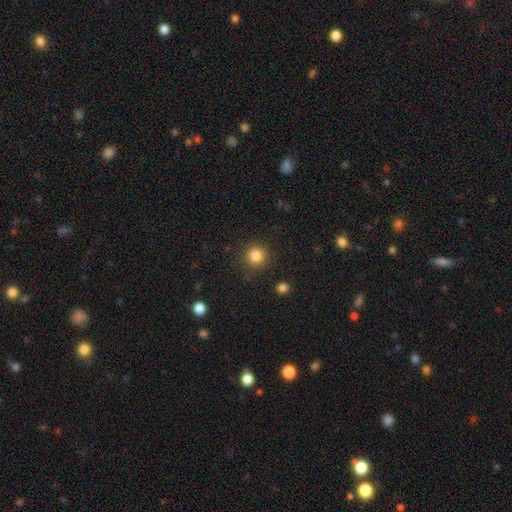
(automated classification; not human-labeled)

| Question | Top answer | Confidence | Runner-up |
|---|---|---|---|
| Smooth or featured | smooth | 83% | star or artifact (12%) |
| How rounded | round | 91% | in between (9%) |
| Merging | none | 84% | minor disturbance (10%) |